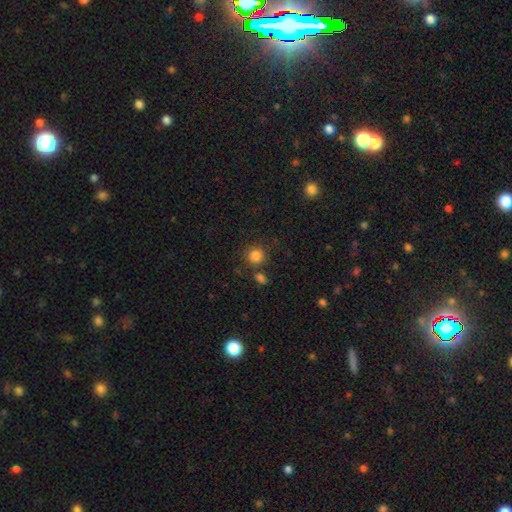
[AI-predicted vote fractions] smooth 83%, star or artifact 12%, featured or disk 5%. Down the decision tree: how rounded — round (90%); merging — none (77%).